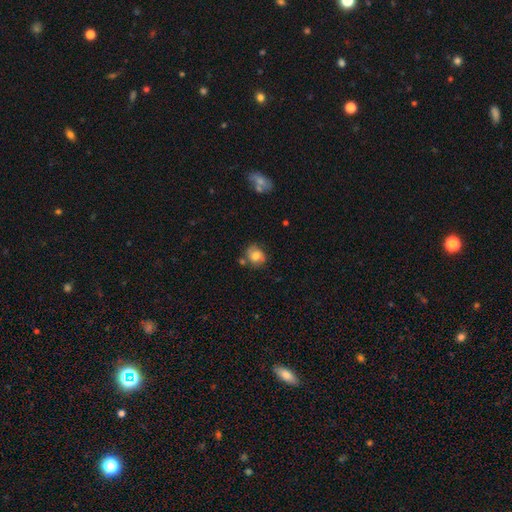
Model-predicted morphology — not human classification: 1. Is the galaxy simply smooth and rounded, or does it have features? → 69% smooth, 21% featured or disk, 10% star or artifact.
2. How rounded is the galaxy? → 66% round, 33% in between, 1% cigar-shaped.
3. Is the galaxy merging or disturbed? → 67% none, 20% minor disturbance, 8% merger, 5% major disturbance.